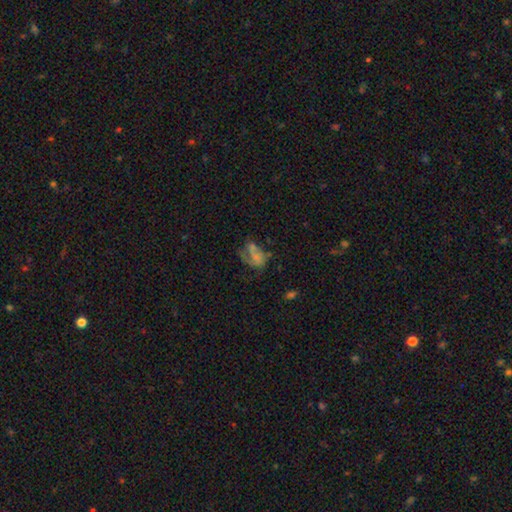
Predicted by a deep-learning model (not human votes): A featured or disk galaxy (47%). Merging: major disturbance (40%).